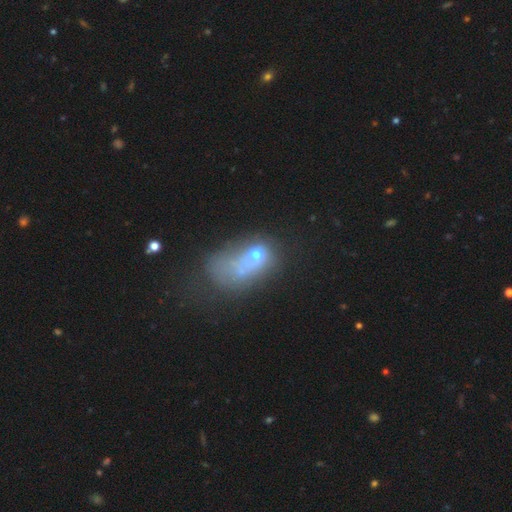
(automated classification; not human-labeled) This is possibly a smooth galaxy (51%). How rounded: likely in between (68%). Merging: marginally major disturbance (39%).